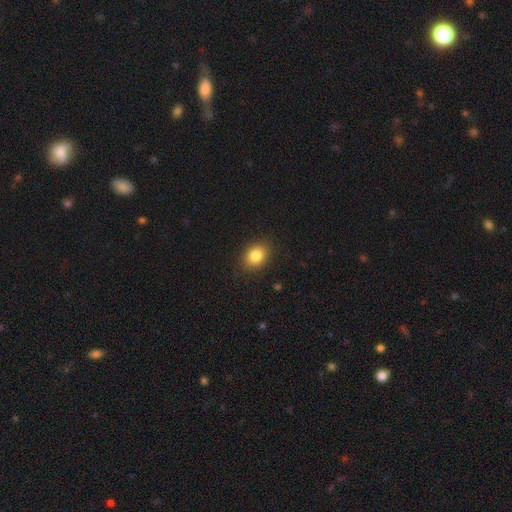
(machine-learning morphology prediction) Smooth or featured: smooth — 83% (star or artifact — 10%)
How rounded: in between — 61% (round — 38%)
Merging: none — 87% (minor disturbance — 9%)